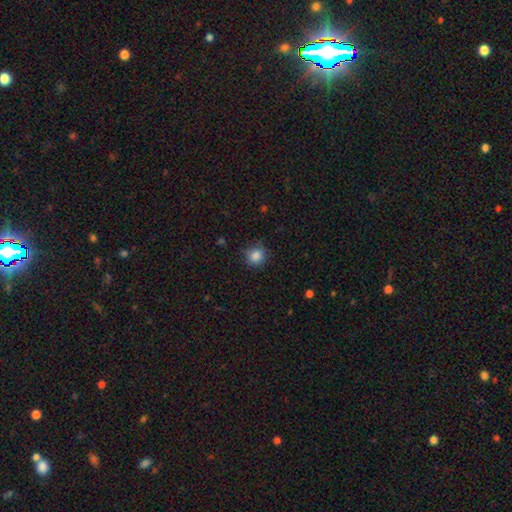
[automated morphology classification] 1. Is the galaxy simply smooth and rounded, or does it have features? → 86% smooth, 10% star or artifact, 4% featured or disk.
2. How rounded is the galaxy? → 88% round, 11% in between, 1% cigar-shaped.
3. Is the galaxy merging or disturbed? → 80% none, 16% minor disturbance, 3% major disturbance, 1% merger.